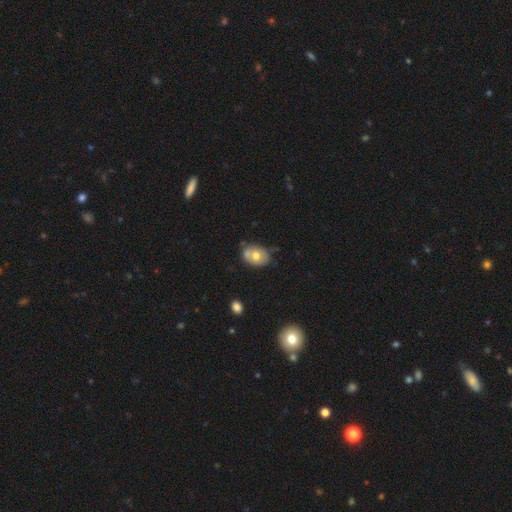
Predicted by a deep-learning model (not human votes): A smooth galaxy with no disk features (63%) that is in between round and cigar-shaped (66%). Merging: none (54%).